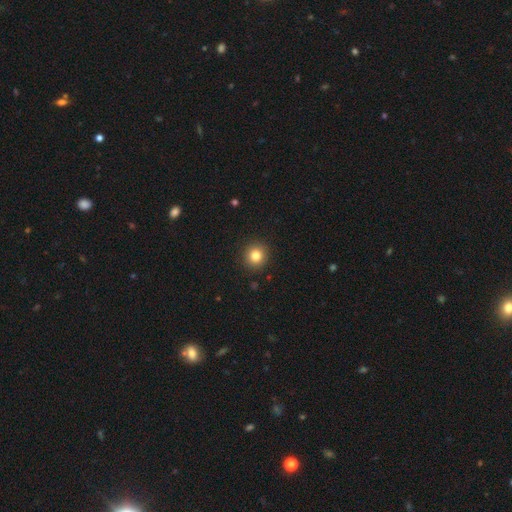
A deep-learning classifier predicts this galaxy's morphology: Smooth or featured? smooth (82%)
How rounded? round (92%)
Merging? none (92%)